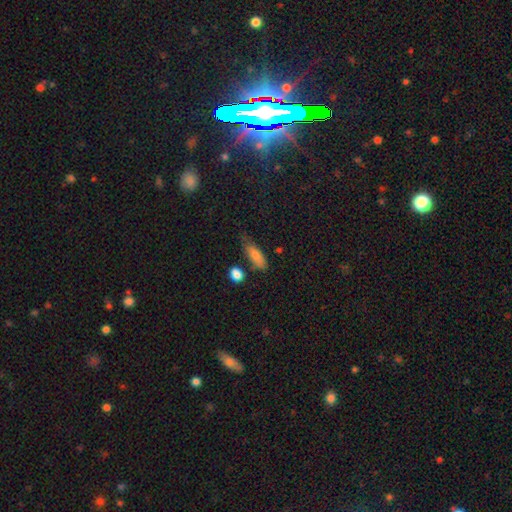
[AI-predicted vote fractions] Smooth or featured: smooth — 82% (featured or disk — 11%)
How rounded: in between — 63% (cigar-shaped — 33%)
Merging: none — 57% (minor disturbance — 29%)